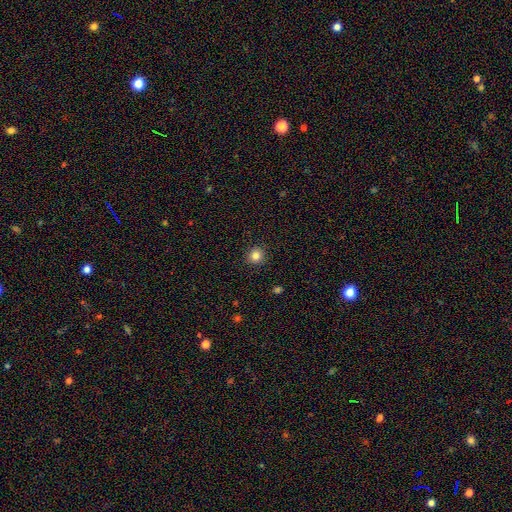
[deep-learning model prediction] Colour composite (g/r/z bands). It shows a smooth galaxy with no disk features (83%) that is round (92%). Merging: none (92%).